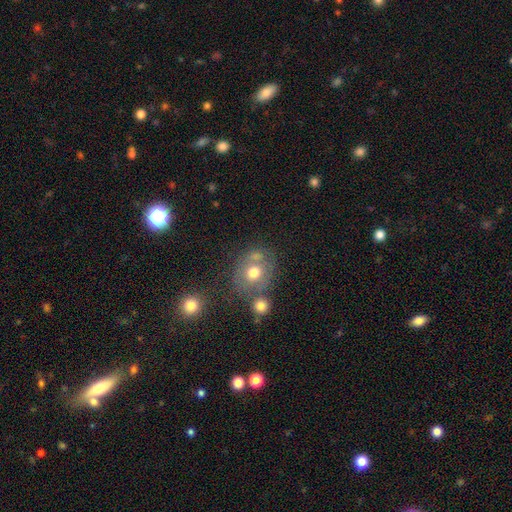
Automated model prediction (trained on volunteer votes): Smooth or featured? smooth (61%)
How rounded? round (70%)
Merging? none (56%)